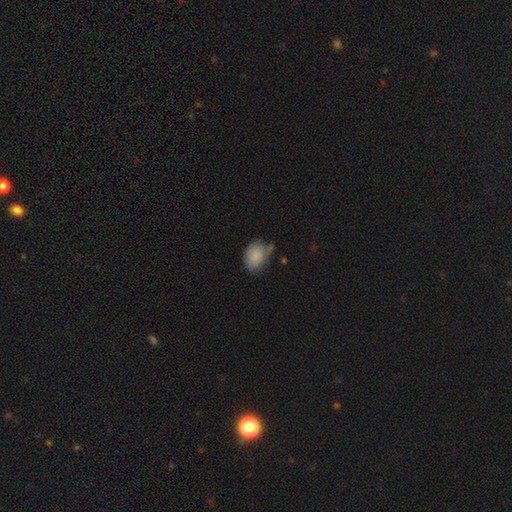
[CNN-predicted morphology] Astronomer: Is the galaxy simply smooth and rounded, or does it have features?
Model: smooth — 86%.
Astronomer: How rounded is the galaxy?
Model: in between — 78%.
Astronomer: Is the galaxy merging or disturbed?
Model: none — 57%.